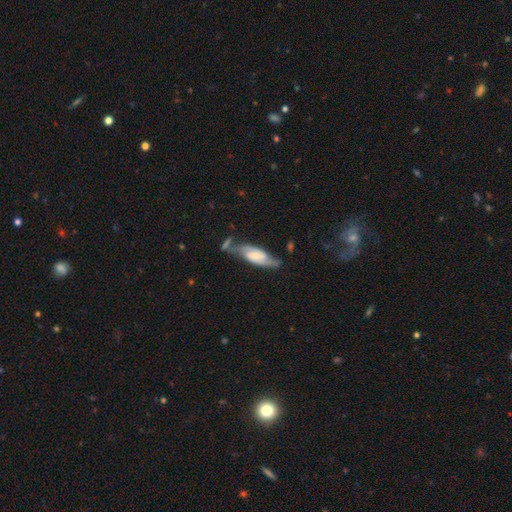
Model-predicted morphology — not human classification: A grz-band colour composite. It shows a featured or disk galaxy (63%). Merging: none (50%).